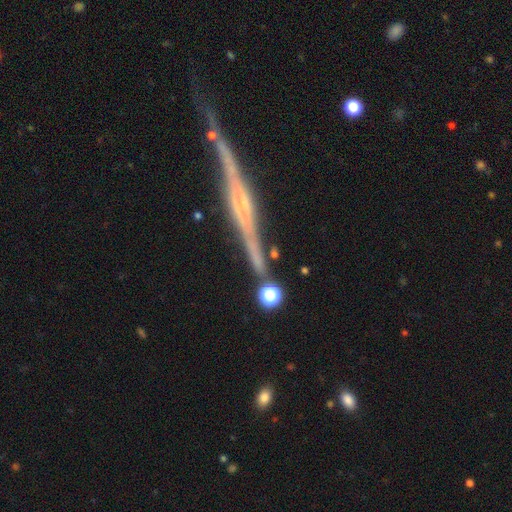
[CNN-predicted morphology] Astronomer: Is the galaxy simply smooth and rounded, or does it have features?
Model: featured or disk — 72%.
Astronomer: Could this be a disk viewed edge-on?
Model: yes — 95%.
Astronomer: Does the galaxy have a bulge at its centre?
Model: rounded — 42% (runner-up: none, 31%).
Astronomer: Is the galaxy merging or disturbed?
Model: none — 81%.